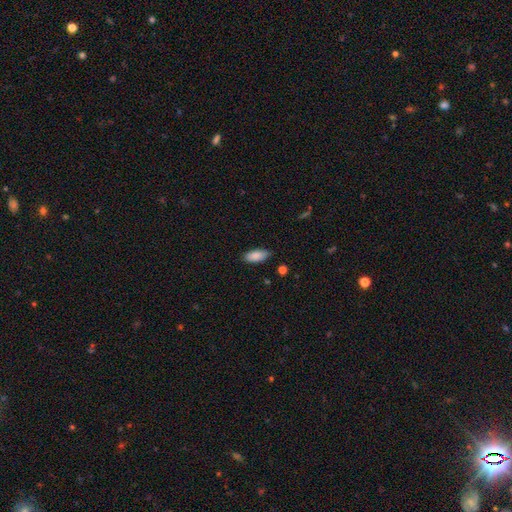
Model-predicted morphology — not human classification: Q: Smooth or featured?
A: smooth (88%); runner-up: star or artifact (6%)
Q: How rounded?
A: in between (87%); runner-up: cigar-shaped (11%)
Q: Merging?
A: none (86%); runner-up: minor disturbance (11%)